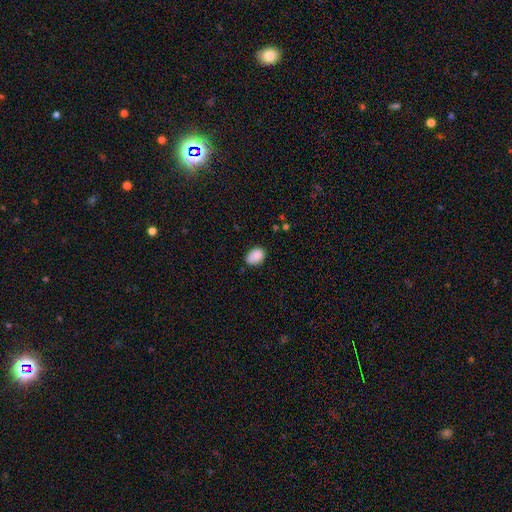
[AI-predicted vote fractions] A smooth galaxy with no disk features (88%) that is in between round and cigar-shaped (80%). Merging: none (73%).